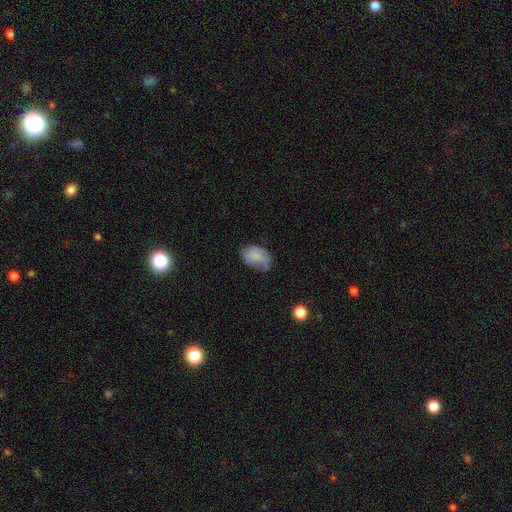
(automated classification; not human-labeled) Smooth or featured: smooth — 70% (featured or disk — 22%)
How rounded: in between — 86% (round — 12%)
Merging: none — 49% (minor disturbance — 35%)